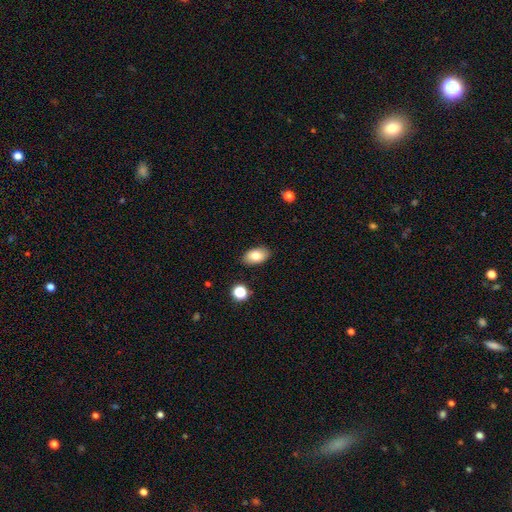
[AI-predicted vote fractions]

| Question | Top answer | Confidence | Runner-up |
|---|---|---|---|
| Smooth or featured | smooth | 80% | featured or disk (11%) |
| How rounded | in between | 92% | round (7%) |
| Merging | none | 87% | minor disturbance (10%) |